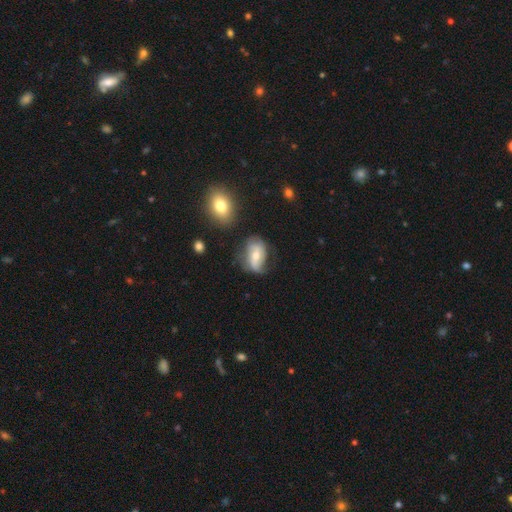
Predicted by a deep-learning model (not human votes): The model was most divided on "bar": no: 41%, weak: 38%, strong: 21%. More confident: edge-on disk — no (94%); spiral arms — yes (77%); smooth or featured — featured or disk (56%); bulge size — moderate (55%); merging — none (50%).